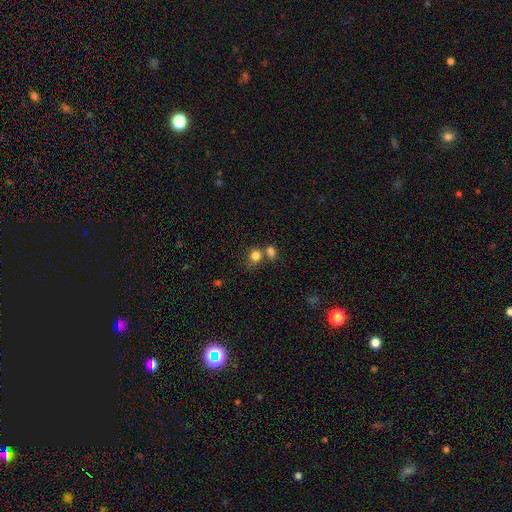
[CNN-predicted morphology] Smooth or featured? Predicted: smooth (p=0.81). How rounded? Predicted: round (p=0.71). Merging? Predicted: none (p=0.48).